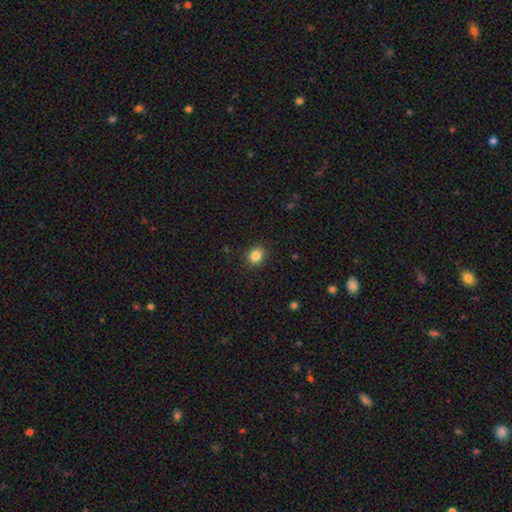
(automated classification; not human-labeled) smooth-or-featured: smooth: 85% | star or artifact: 11% | featured or disk: 4%
  how-rounded: round: 67% | in between: 32% | cigar-shaped: 1%
  merging: none: 90% | minor disturbance: 7% | major disturbance: 2% | merger: 1%